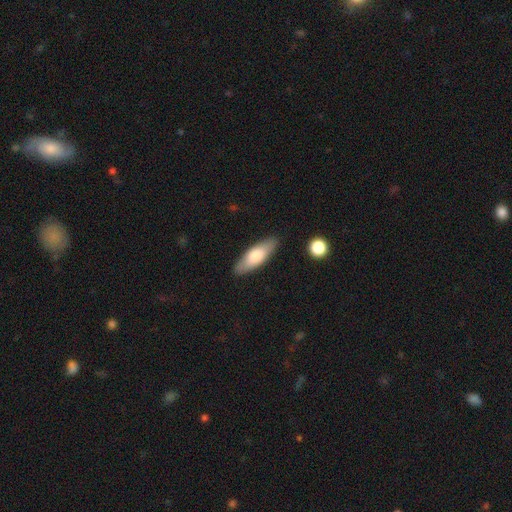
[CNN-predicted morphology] This appears to be a smooth galaxy with no disk features (71%) that is in between round and cigar-shaped (59%). Merging: none (85%).